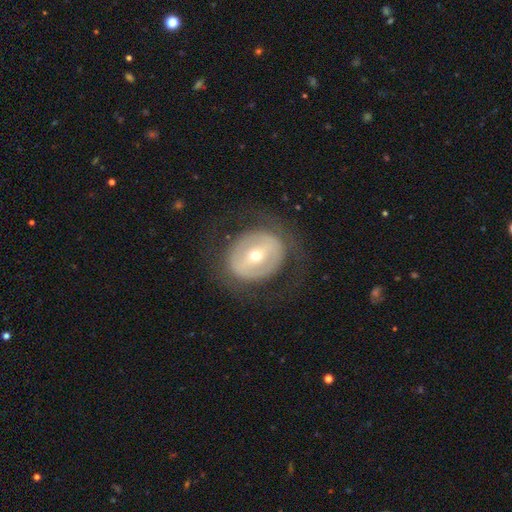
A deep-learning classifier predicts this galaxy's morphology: Smooth or featured? featured or disk (63%)
Edge-on disk? no (94%)
Bar? strong (42%)
Spiral arms? no (77%)
Bulge size? small (49%)
Merging? none (74%)